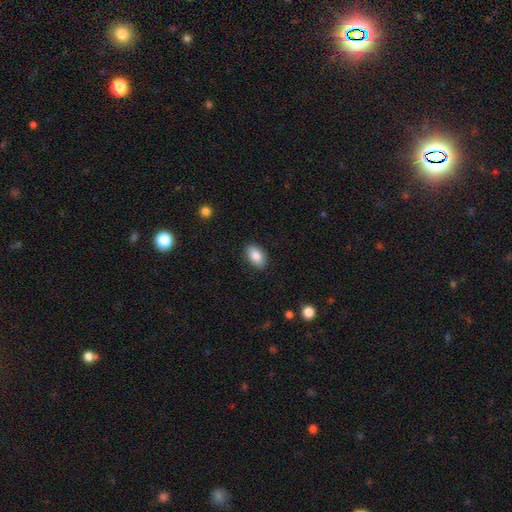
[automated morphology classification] Smooth or featured? smooth (86%)
How rounded? in between (91%)
Merging? none (87%)